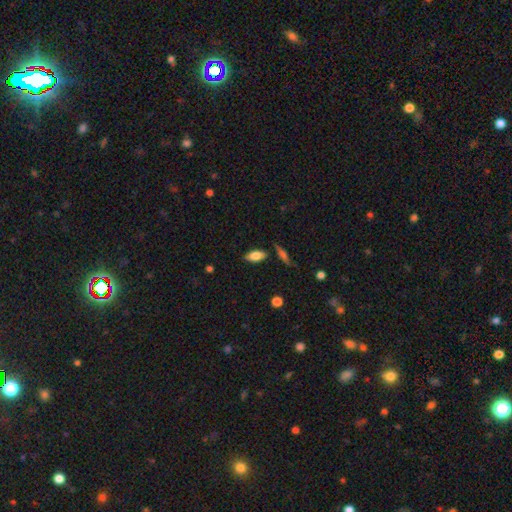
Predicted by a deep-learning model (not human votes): The model was most divided on "merging": none: 80%, minor disturbance: 13%, merger: 5%, major disturbance: 3%. More confident: how rounded — in between (90%); smooth or featured — smooth (80%).